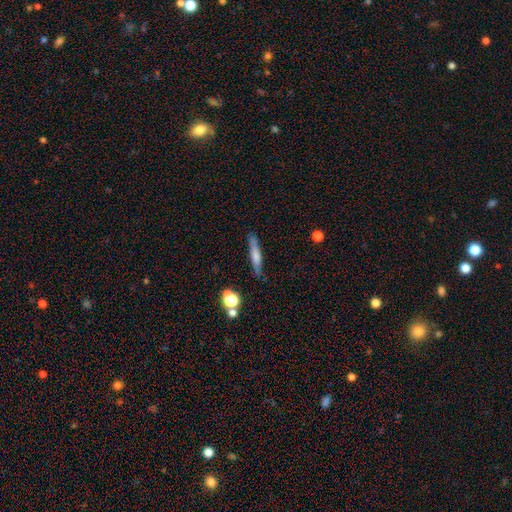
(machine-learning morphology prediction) Smooth or featured: smooth — 65% (featured or disk — 27%)
How rounded: cigar-shaped — 89% (in between — 9%)
Merging: none — 81% (minor disturbance — 13%)